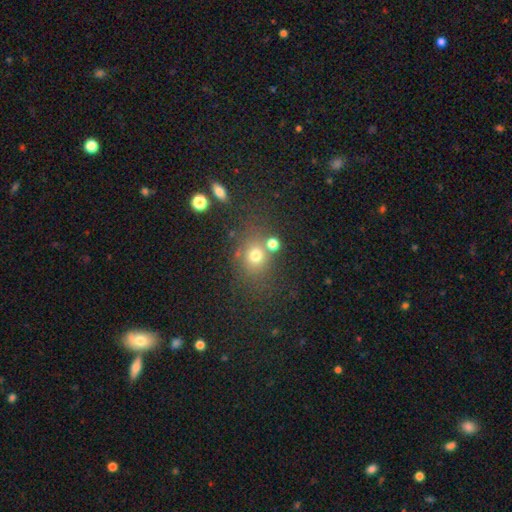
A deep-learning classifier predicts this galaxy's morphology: The model was most divided on "how rounded": round: 67%, in between: 31%, cigar-shaped: 1%. More confident: smooth or featured — smooth (69%); merging — none (66%).